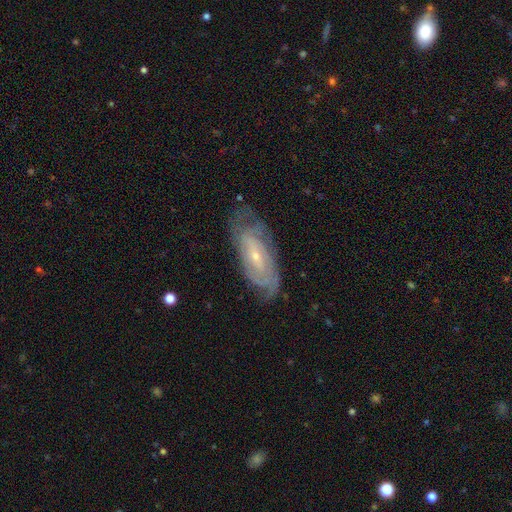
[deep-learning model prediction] Morphology: type=featured or disk (78%); edge-on=no (89%); bar=no (50%); spiral arms=yes (88%); winding=tight (65%); arm count=can't tell (51%); bulge=small (73%); merging=none (67%).